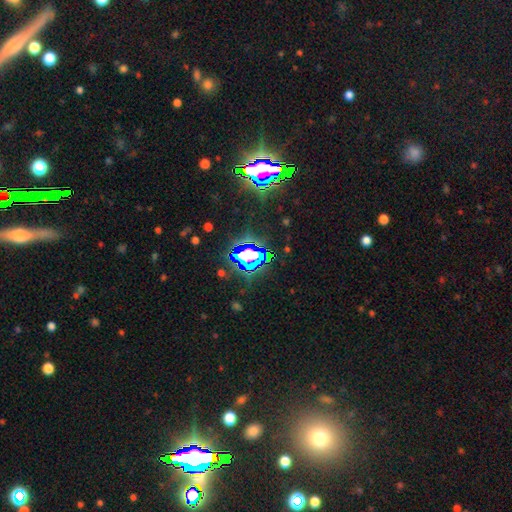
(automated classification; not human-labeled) A star or artifact, not a galaxy (69%).